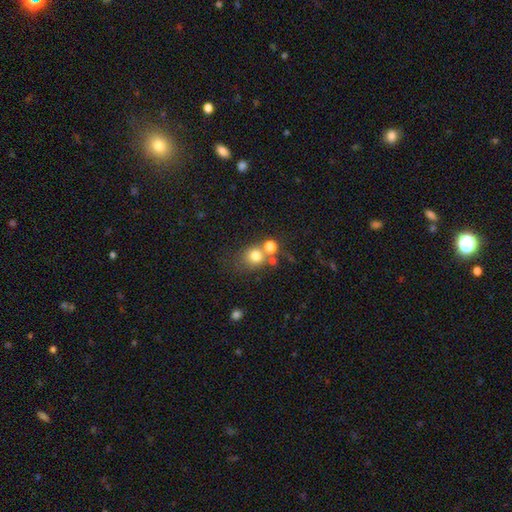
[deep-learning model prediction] A smooth galaxy with no disk features (76%) that is round (78%).

Vote fractions:
- Smooth or featured? smooth: 76% / star or artifact: 14% / featured or disk: 10%
- How rounded? round: 78% / in between: 21% / cigar-shaped: 1%
- Merging? none: 52% / merger: 31% / minor disturbance: 11% / major disturbance: 6%